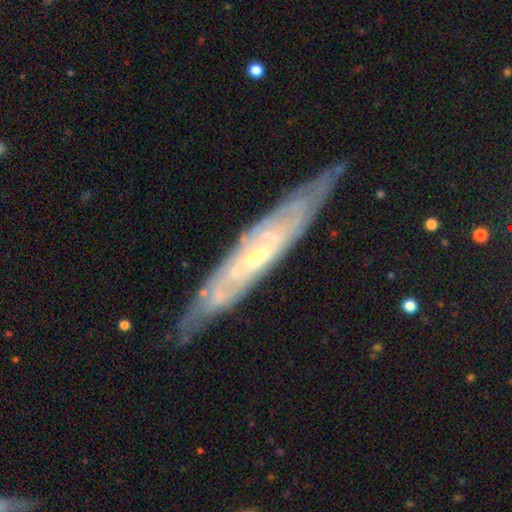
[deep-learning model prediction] Q: Smooth or featured?
A: featured or disk (79%); runner-up: smooth (14%)
Q: Edge-on disk?
A: yes (52%); runner-up: no (48%)
Q: Merging?
A: none (77%); runner-up: minor disturbance (17%)